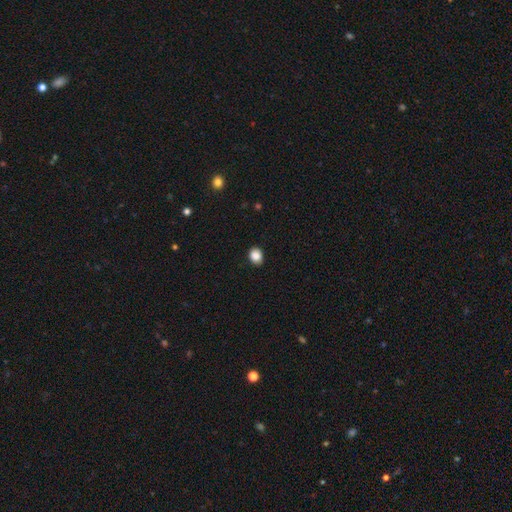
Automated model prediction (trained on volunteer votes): This is clearly a smooth galaxy (88%). How rounded: possibly round (52%). Merging: clearly none (89%).